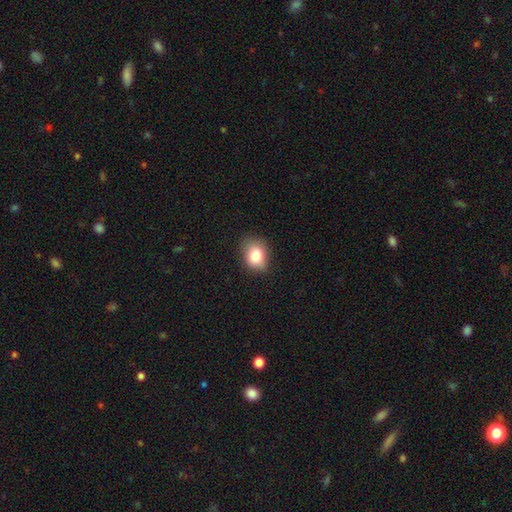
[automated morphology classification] Overall: smooth (80%). How rounded: in between (60%; round 39%). Merging: none (78%).